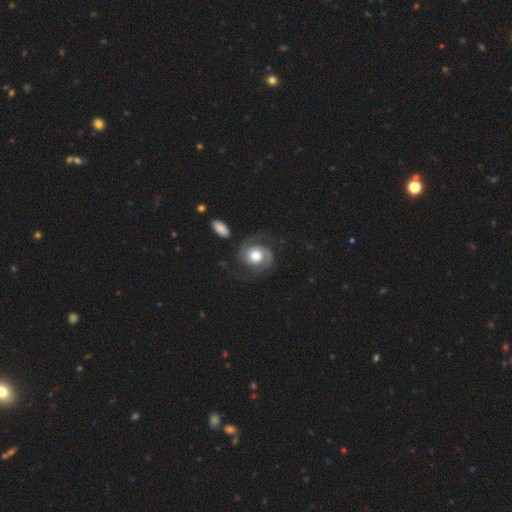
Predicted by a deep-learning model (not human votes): Smooth or featured: featured or disk — 81% (smooth — 14%)
Edge-on disk: no — 98% (yes — 2%)
Bar: no — 74% (weak — 21%)
Spiral arms: yes — 95% (no — 5%)
Spiral winding: medium — 45% (tight — 37%)
Spiral arm count: 2 — 88% (1 — 5%)
Bulge size: moderate — 48% (large — 41%)
Merging: none — 67% (minor disturbance — 16%)